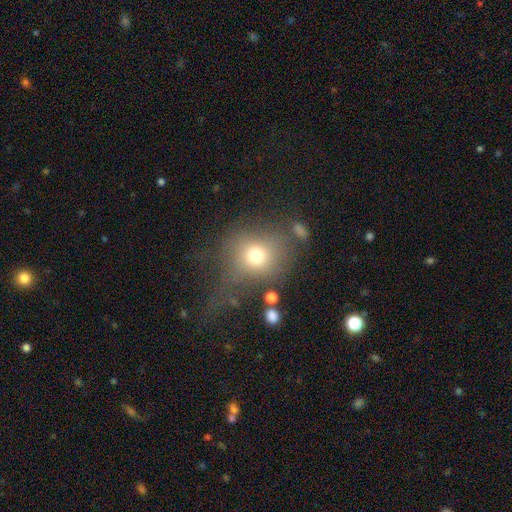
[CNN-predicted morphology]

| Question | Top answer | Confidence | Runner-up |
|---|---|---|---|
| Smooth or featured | smooth | 71% | star or artifact (15%) |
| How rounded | round | 80% | in between (19%) |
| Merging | none | 47% | major disturbance (27%) |